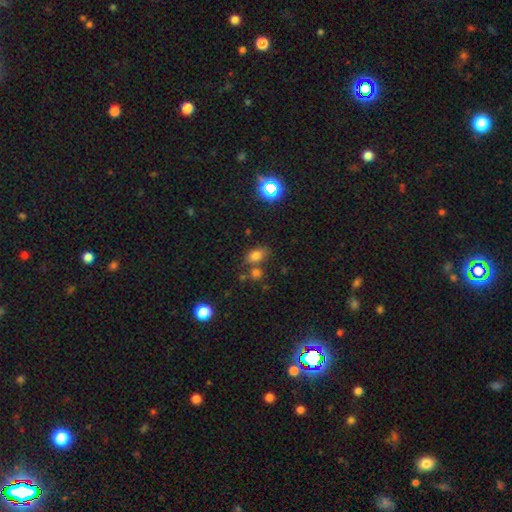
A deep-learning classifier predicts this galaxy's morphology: Smooth or featured? smooth (73%)
How rounded? in between (80%)
Merging? none (64%)